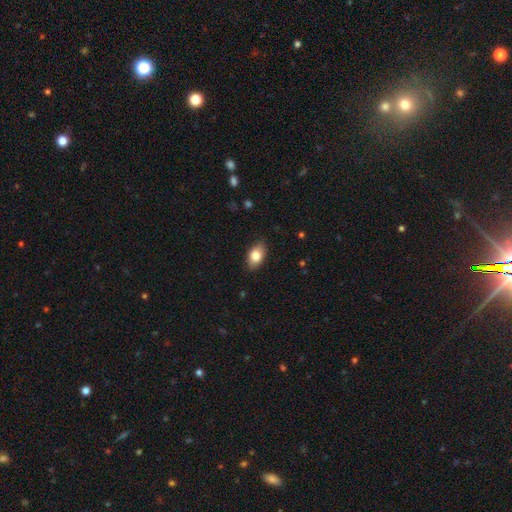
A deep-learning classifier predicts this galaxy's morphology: Q: Smooth or featured?
A: smooth (81%); runner-up: featured or disk (12%)
Q: How rounded?
A: in between (90%); runner-up: round (8%)
Q: Merging?
A: none (86%); runner-up: minor disturbance (11%)